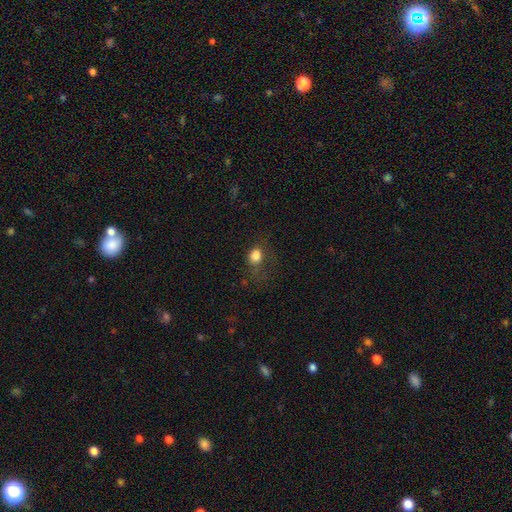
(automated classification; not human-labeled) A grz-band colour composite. It shows a smooth galaxy with no disk features (79%) that is in between round and cigar-shaped (51%). Merging: none (47%).